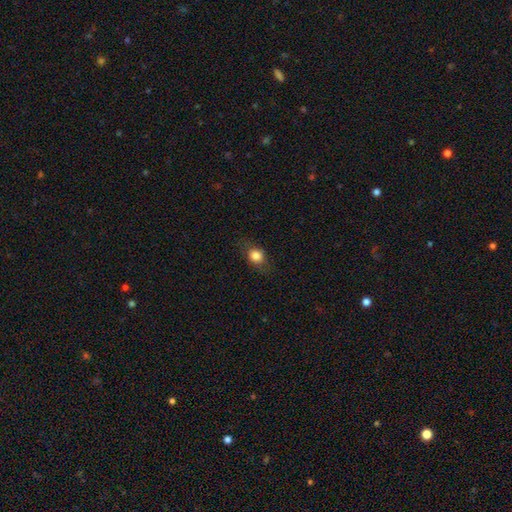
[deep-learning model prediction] Smooth or featured: smooth — 79% (featured or disk — 11%)
How rounded: round — 57% (in between — 41%)
Merging: none — 77% (minor disturbance — 16%)